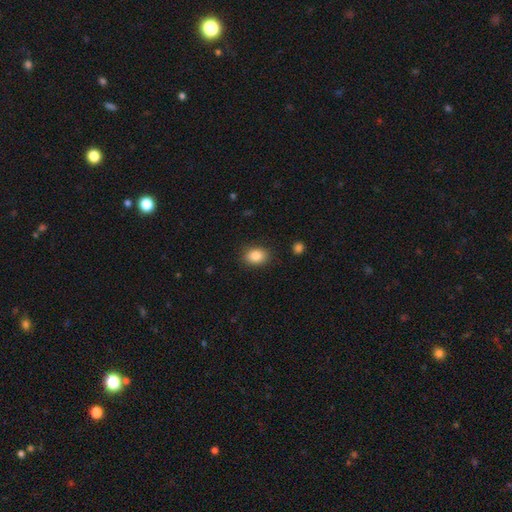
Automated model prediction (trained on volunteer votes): Smooth or featured?
  - smooth: 85% *
  - star or artifact: 9%
  - featured or disk: 6%
How rounded?
  - in between: 66% *
  - round: 33%
  - cigar-shaped: 1%
Merging?
  - none: 86% *
  - minor disturbance: 10%
  - major disturbance: 3%
  - merger: 1%